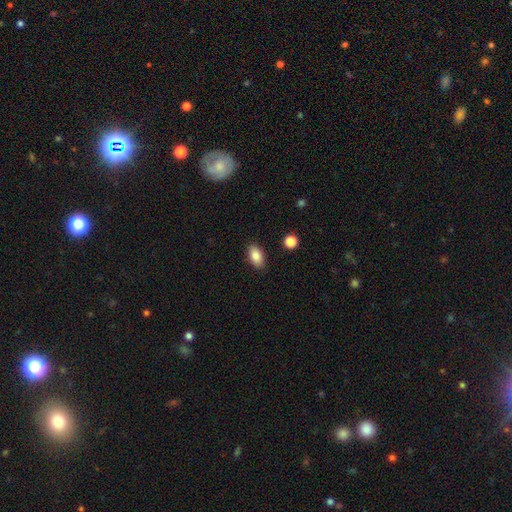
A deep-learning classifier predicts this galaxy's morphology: Q: Smooth or featured?
A: smooth (86%); runner-up: star or artifact (8%)
Q: How rounded?
A: in between (91%); runner-up: round (6%)
Q: Merging?
A: none (87%); runner-up: minor disturbance (9%)